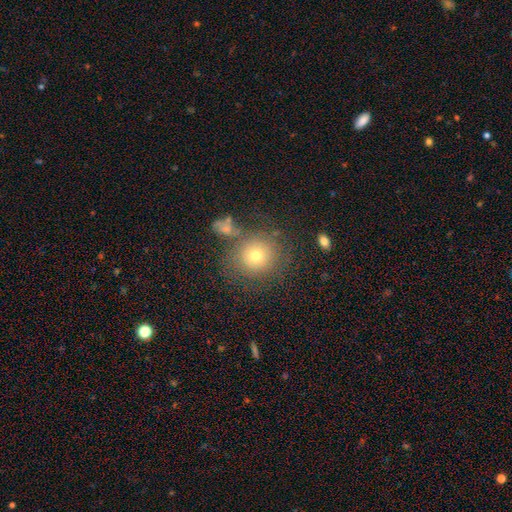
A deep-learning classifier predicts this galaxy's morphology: Smooth or featured?
  - smooth: 70% *
  - featured or disk: 16%
  - star or artifact: 14%
How rounded?
  - round: 87% *
  - in between: 12%
  - cigar-shaped: 1%
Merging?
  - none: 71% *
  - minor disturbance: 13%
  - merger: 8%
  - major disturbance: 7%